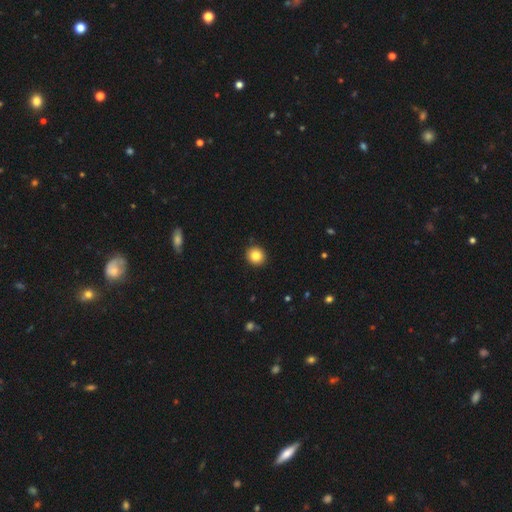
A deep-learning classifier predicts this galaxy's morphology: A smooth galaxy with no disk features (84%) that is round (89%).

Vote fractions:
- Smooth or featured? smooth: 84% / star or artifact: 10% / featured or disk: 6%
- How rounded? round: 89% / in between: 10% / cigar-shaped: 1%
- Merging? none: 92% / minor disturbance: 6% / major disturbance: 2% / merger: 1%